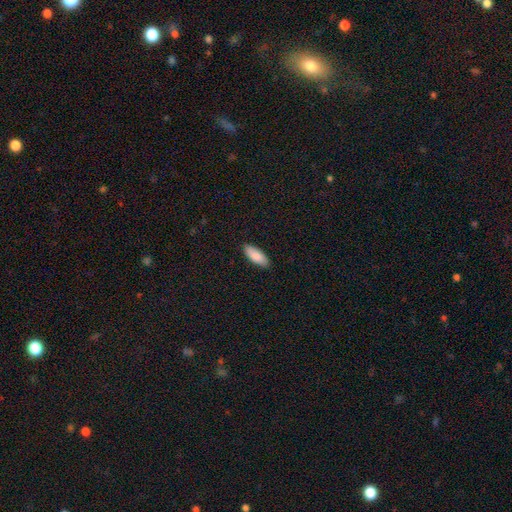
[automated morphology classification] The model was most divided on "how rounded": in between: 78%, cigar-shaped: 21%, round: 2%. More confident: merging — none (89%); smooth or featured — smooth (88%).